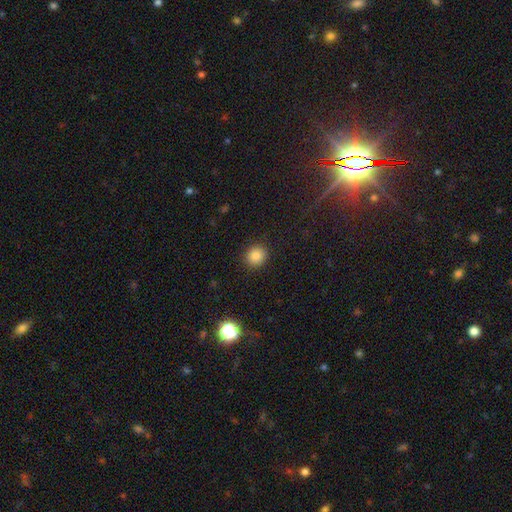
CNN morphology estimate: This is clearly a smooth galaxy (85%). How rounded: clearly round (86%). Merging: clearly none (90%).